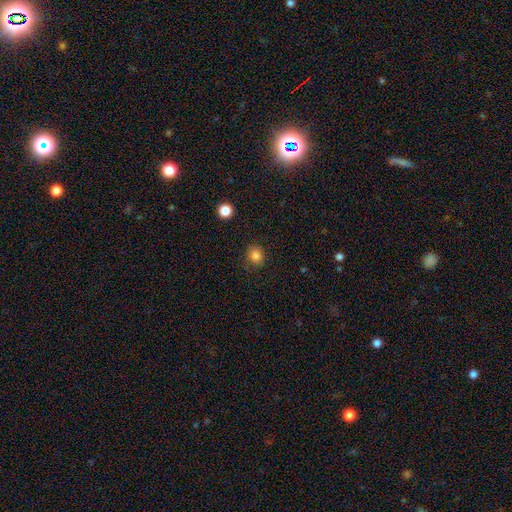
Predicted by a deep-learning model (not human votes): Smooth or featured: smooth — 84% (star or artifact — 12%)
How rounded: round — 81% (in between — 18%)
Merging: none — 86% (minor disturbance — 10%)